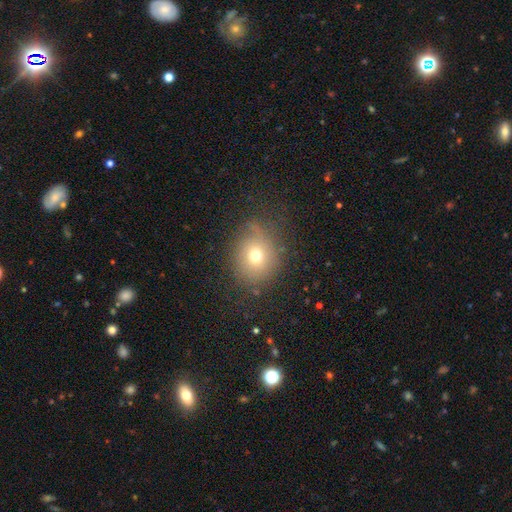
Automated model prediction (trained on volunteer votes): The model was most divided on "how rounded": round: 69%, in between: 30%, cigar-shaped: 1%. More confident: merging — none (74%); smooth or featured — smooth (68%).